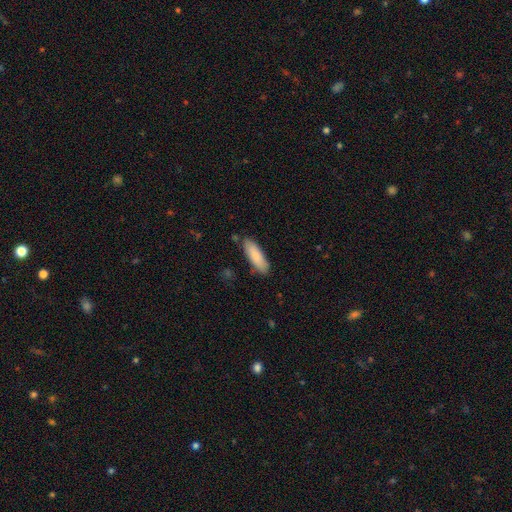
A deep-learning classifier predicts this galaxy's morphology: smooth-or-featured: smooth: 86% | featured or disk: 8% | star or artifact: 6%
  how-rounded: cigar-shaped: 50% | in between: 48% | round: 1%
  merging: none: 83% | minor disturbance: 12% | major disturbance: 2% | merger: 2%